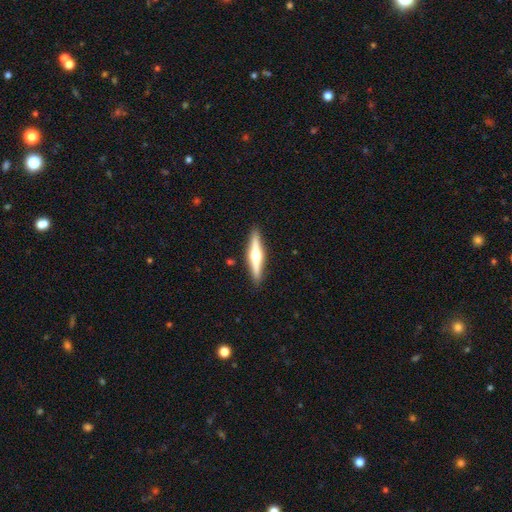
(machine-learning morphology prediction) smooth_or_featured: featured or disk (p=0.68) [alt: smooth p=0.26]
disk_edge_on: yes (p=0.97) [alt: no p=0.03]
edge_on_bulge: rounded (p=0.94) [alt: boxy p=0.03]
merging: none (p=0.91) [alt: minor disturbance p=0.06]